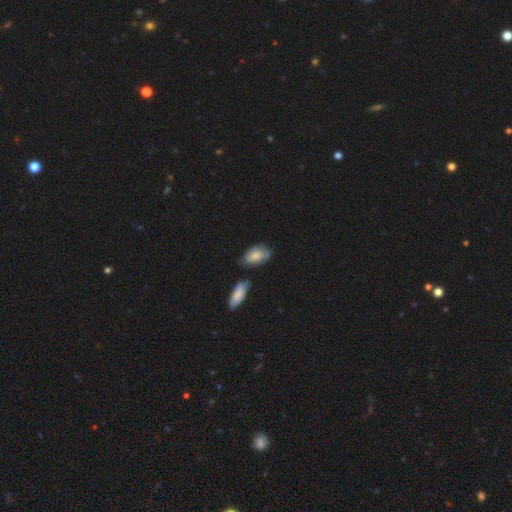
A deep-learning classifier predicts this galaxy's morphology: A smooth galaxy with no disk features (70%) that is in between round and cigar-shaped (91%). Merging: none (56%).